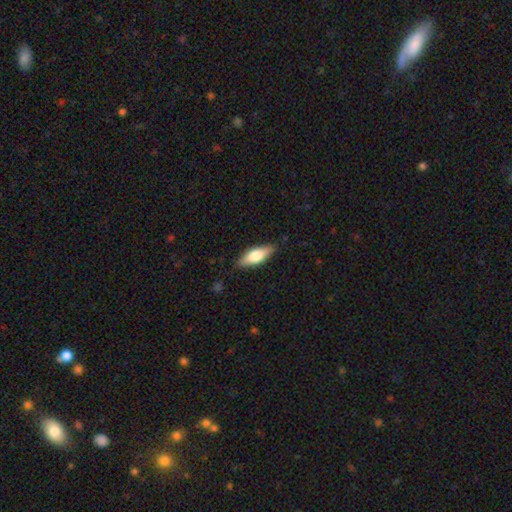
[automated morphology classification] Smooth or featured? Predicted: smooth (p=0.62). How rounded? Predicted: in between (p=0.65). Merging? Predicted: none (p=0.86).